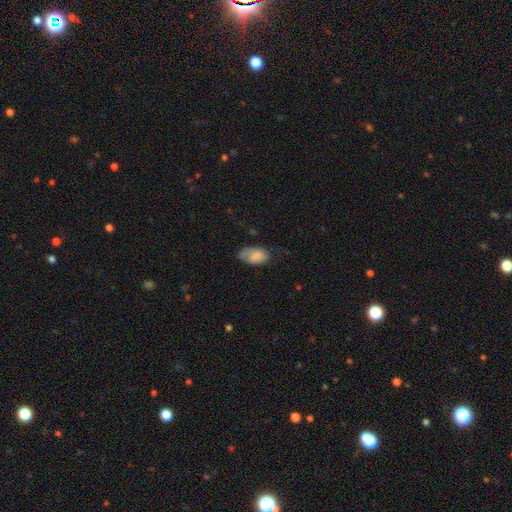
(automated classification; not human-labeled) This is clearly a smooth galaxy (81%). How rounded: clearly in between (93%). Merging: possibly none (53%).